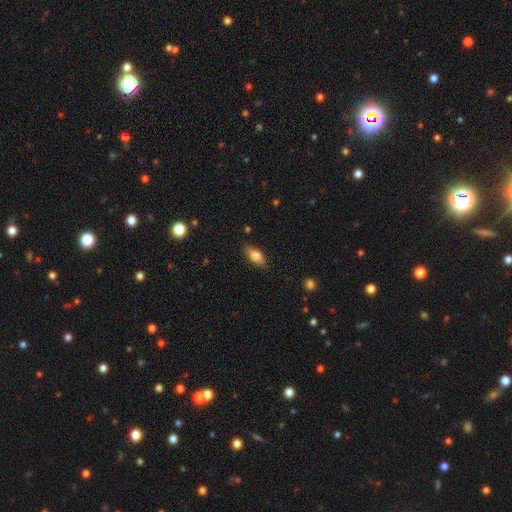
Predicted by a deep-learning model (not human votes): Smooth or featured?
  - smooth: 67% *
  - featured or disk: 26%
  - star or artifact: 8%
How rounded?
  - in between: 73% *
  - cigar-shaped: 23%
  - round: 4%
Merging?
  - none: 82% *
  - minor disturbance: 13%
  - major disturbance: 3%
  - merger: 1%